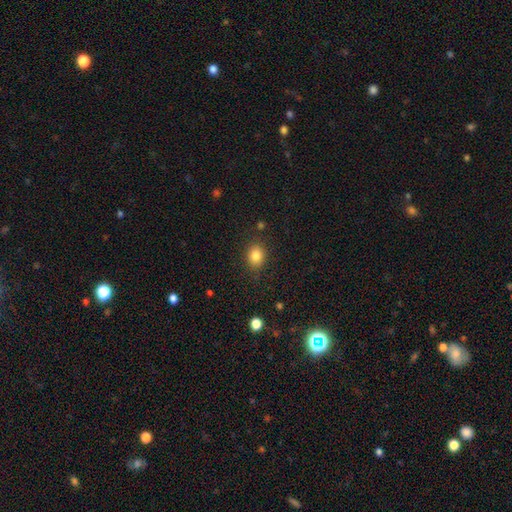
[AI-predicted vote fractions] This appears to be a smooth galaxy with no disk features (84%) that is in between round and cigar-shaped (52%). Merging: none (84%).